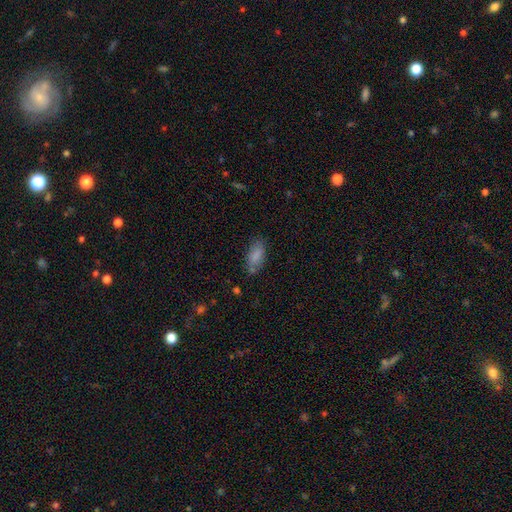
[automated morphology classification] smooth 82%, featured or disk 10%, star or artifact 8%. Down the decision tree: how rounded — in between (86%); merging — none (70%).